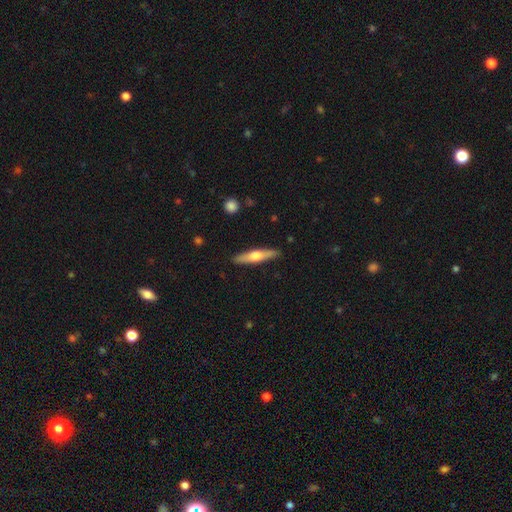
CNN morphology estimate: Smooth or featured: featured or disk — 50% (smooth — 45%)
Merging: none — 89% (minor disturbance — 8%)